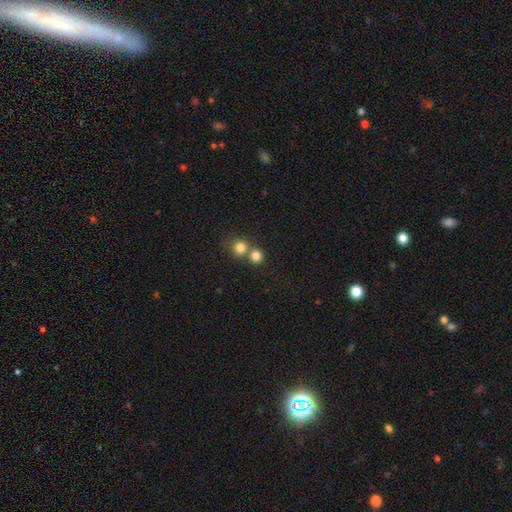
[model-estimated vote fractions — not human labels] A smooth galaxy with no disk features (81%) that is round (88%).

Vote fractions:
- Smooth or featured? smooth: 81% / star or artifact: 12% / featured or disk: 7%
- How rounded? round: 88% / in between: 11% / cigar-shaped: 1%
- Merging? none: 53% / merger: 40% / minor disturbance: 5% / major disturbance: 2%